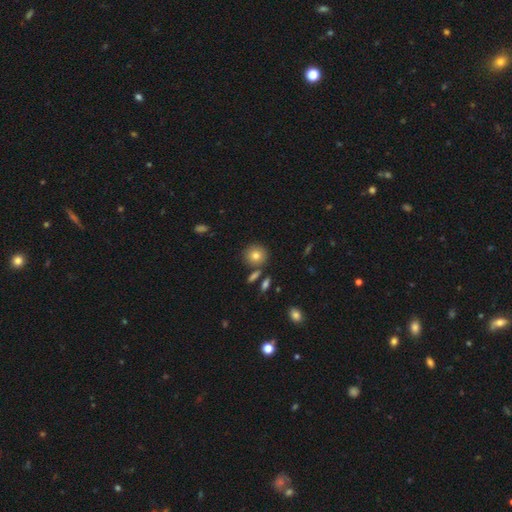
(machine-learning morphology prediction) smooth_or_featured: smooth (p=0.79) [alt: featured or disk p=0.11]
how_rounded: round (p=0.86) [alt: in between p=0.12]
merging: none (p=0.79) [alt: merger p=0.09]